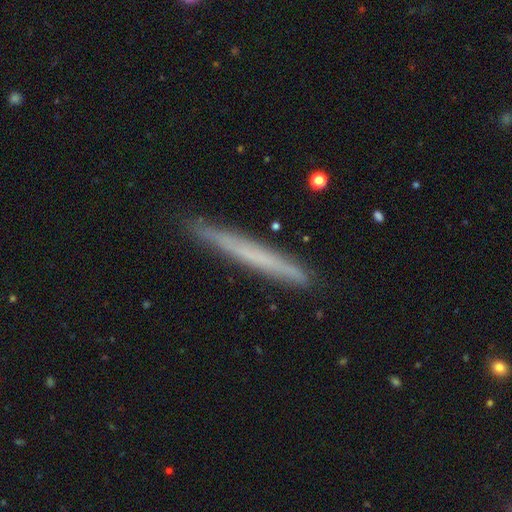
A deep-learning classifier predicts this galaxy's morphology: Smooth or featured? smooth (51%)
How rounded? cigar-shaped (97%)
Merging? none (87%)